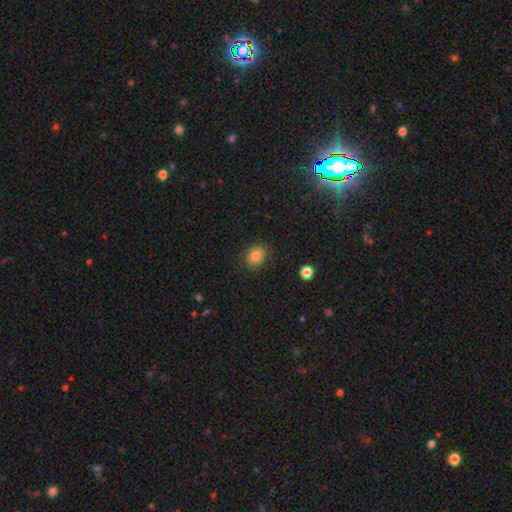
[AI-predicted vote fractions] Smooth or featured?
  - smooth: 82% *
  - star or artifact: 10%
  - featured or disk: 8%
How rounded?
  - in between: 51% *
  - round: 48%
  - cigar-shaped: 1%
Merging?
  - none: 84% *
  - minor disturbance: 12%
  - major disturbance: 3%
  - merger: 1%